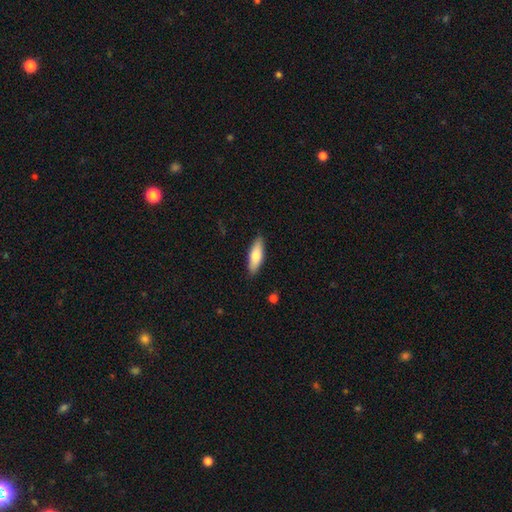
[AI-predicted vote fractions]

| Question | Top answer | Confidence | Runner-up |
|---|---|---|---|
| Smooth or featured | smooth | 74% | featured or disk (20%) |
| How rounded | in between | 59% | cigar-shaped (39%) |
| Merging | none | 87% | minor disturbance (9%) |